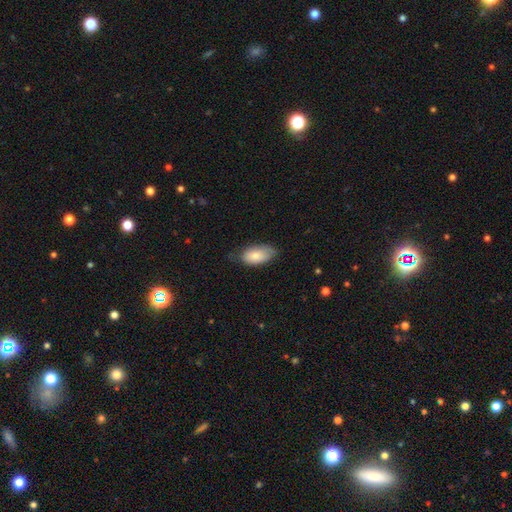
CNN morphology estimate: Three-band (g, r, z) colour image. It shows a smooth galaxy with no disk features (76%) that is in between round and cigar-shaped (94%). Merging: none (60%).